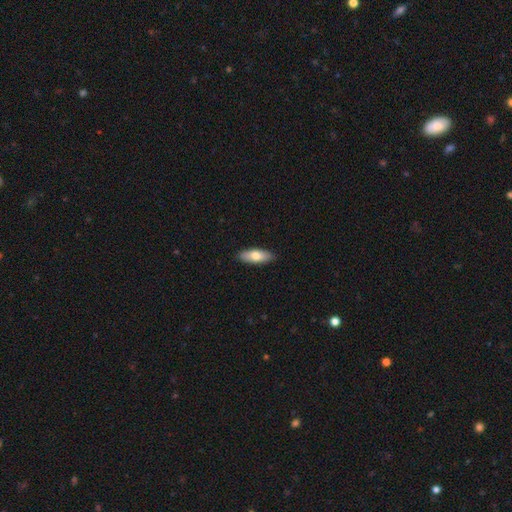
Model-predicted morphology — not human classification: smooth-or-featured: smooth: 72% | featured or disk: 22% | star or artifact: 6%
  how-rounded: in between: 71% | cigar-shaped: 26% | round: 2%
  merging: none: 89% | minor disturbance: 9% | major disturbance: 2% | merger: 1%